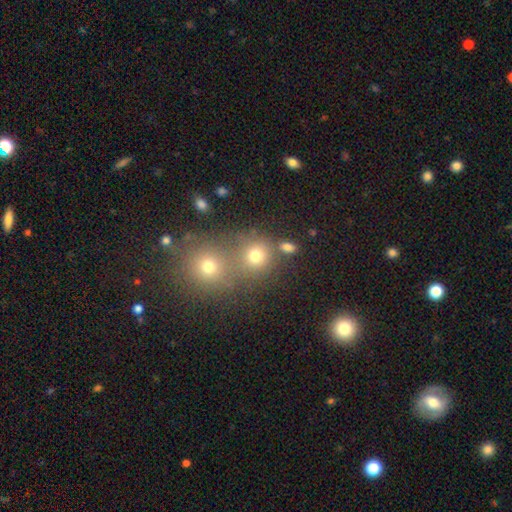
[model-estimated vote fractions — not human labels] The model was most divided on "merging": none: 50%, merger: 39%, minor disturbance: 7%, major disturbance: 4%. More confident: how rounded — round (81%); smooth or featured — smooth (74%).